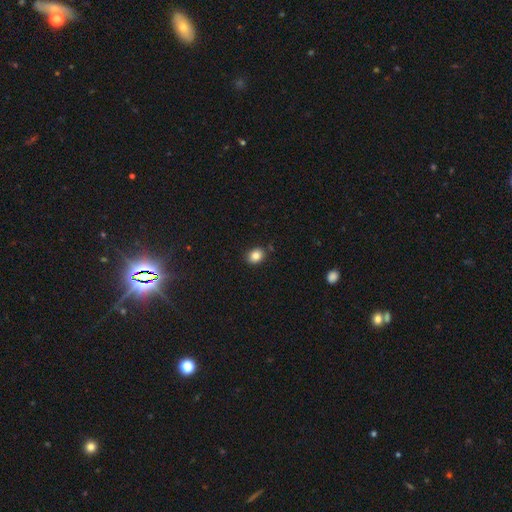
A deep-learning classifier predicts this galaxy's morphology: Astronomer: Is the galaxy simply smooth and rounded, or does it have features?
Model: smooth — 84%.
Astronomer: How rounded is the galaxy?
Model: in between — 59% (runner-up: round, 40%).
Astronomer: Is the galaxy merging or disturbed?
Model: none — 85%.